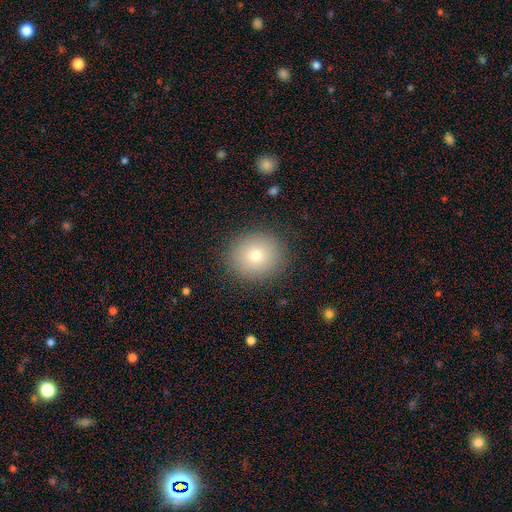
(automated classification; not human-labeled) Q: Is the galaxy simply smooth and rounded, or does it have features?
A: smooth — 75%.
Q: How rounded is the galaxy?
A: round — 86%.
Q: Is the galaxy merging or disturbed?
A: none — 88%.